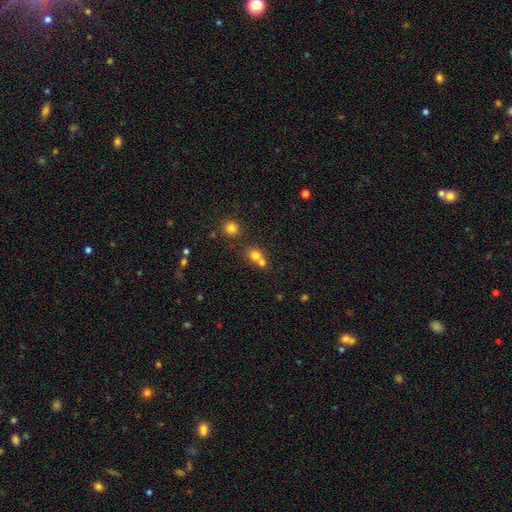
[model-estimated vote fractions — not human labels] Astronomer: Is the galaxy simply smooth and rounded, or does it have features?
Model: smooth — 74%.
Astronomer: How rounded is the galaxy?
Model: round — 74%.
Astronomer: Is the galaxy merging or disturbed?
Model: merger — 51% (runner-up: none, 40%).